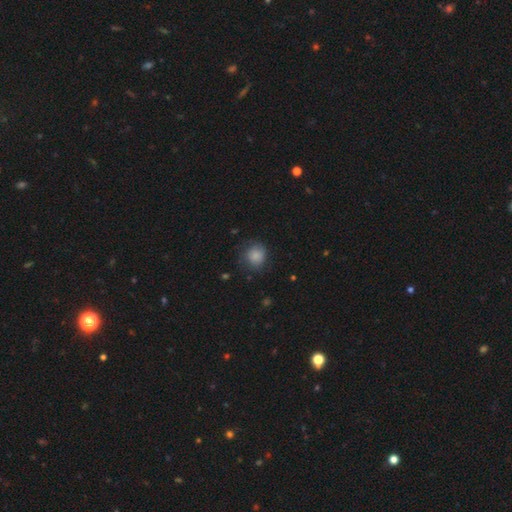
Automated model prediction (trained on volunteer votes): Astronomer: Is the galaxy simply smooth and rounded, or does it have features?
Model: smooth — 83%.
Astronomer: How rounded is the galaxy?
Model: round — 83%.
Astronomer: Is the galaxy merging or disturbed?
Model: none — 71%.